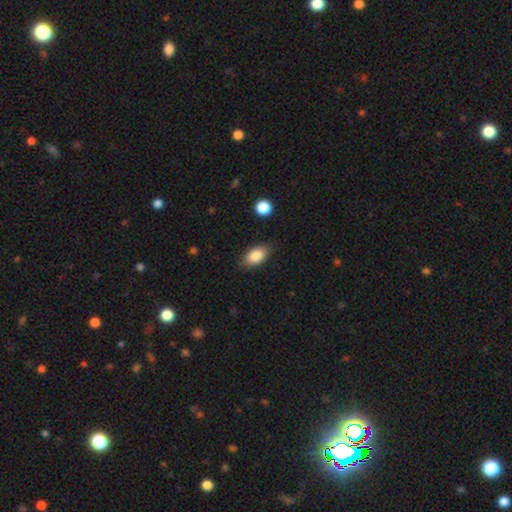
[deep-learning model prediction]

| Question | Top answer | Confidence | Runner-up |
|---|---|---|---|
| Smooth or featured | smooth | 85% | featured or disk (8%) |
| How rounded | in between | 90% | round (7%) |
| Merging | none | 83% | minor disturbance (13%) |